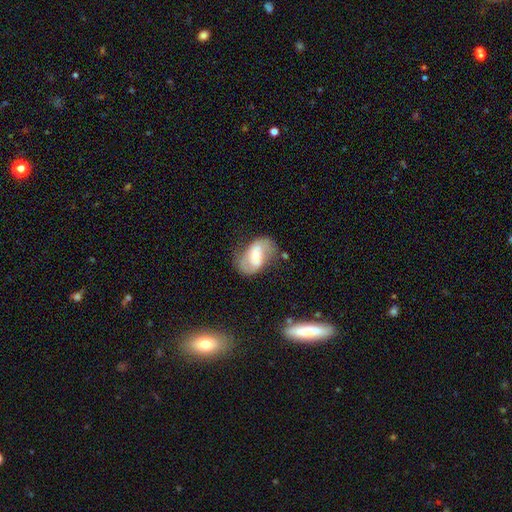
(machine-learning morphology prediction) Smooth or featured? Predicted: featured or disk (p=0.61). Edge-on disk? Predicted: no (p=0.95). Bar? Predicted: weak (p=0.37). Spiral arms? Predicted: yes (p=0.71). Bulge size? Predicted: moderate (p=0.57). Merging? Predicted: none (p=0.59).